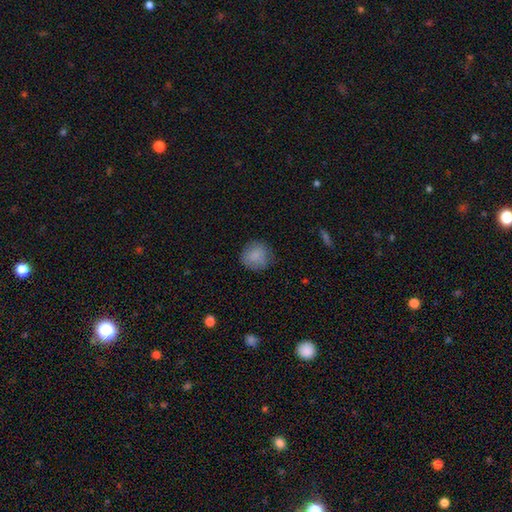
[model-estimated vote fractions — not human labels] smooth_or_featured: smooth (p=0.85) [alt: star or artifact p=0.08]
how_rounded: round (p=0.88) [alt: in between p=0.11]
merging: none (p=0.77) [alt: minor disturbance p=0.17]